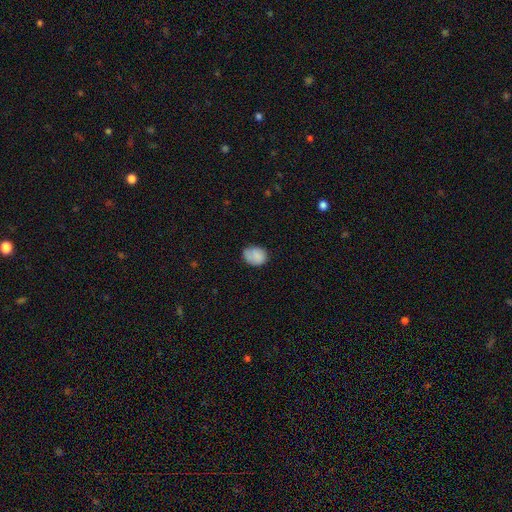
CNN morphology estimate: Smooth or featured?
  - smooth: 84% *
  - star or artifact: 8%
  - featured or disk: 8%
How rounded?
  - in between: 55% *
  - round: 44%
  - cigar-shaped: 1%
Merging?
  - none: 67% *
  - minor disturbance: 25%
  - major disturbance: 6%
  - merger: 2%